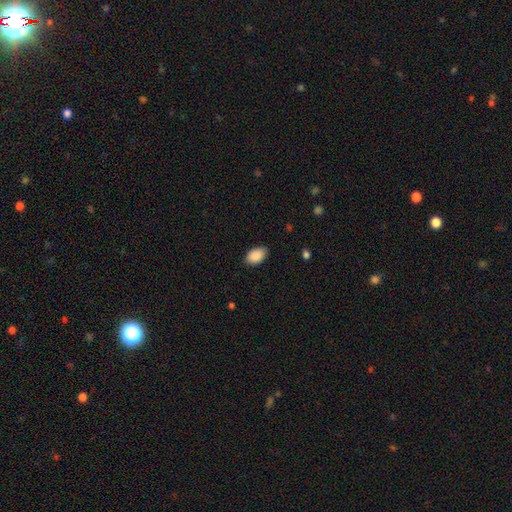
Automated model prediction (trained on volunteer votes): This is clearly a smooth galaxy (90%). How rounded: clearly in between (91%). Merging: clearly none (85%).